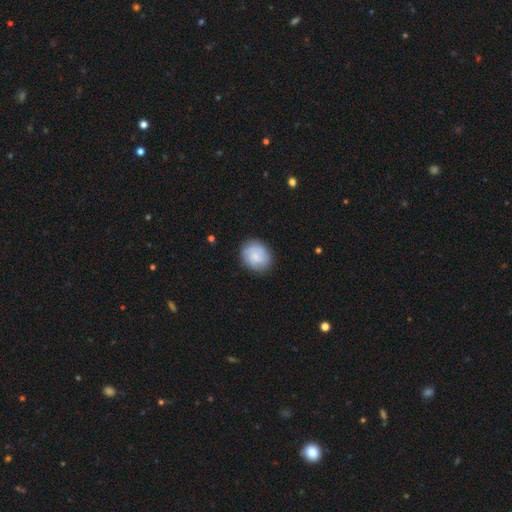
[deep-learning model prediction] Smooth or featured? smooth (62%)
How rounded? round (63%)
Merging? none (82%)